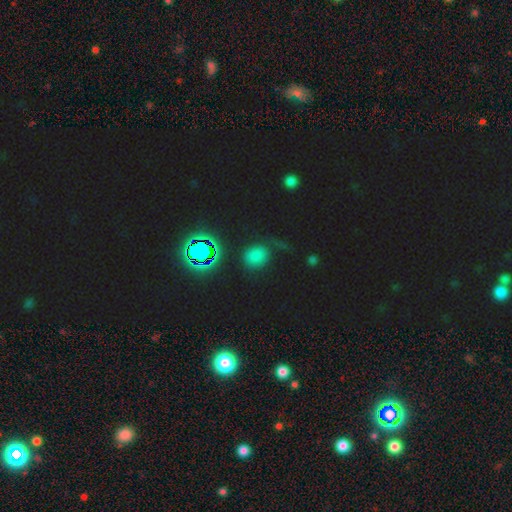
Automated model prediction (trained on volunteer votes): Smooth or featured? Predicted: smooth (p=0.52). How rounded? Predicted: round (p=0.64). Merging? Predicted: none (p=0.73).